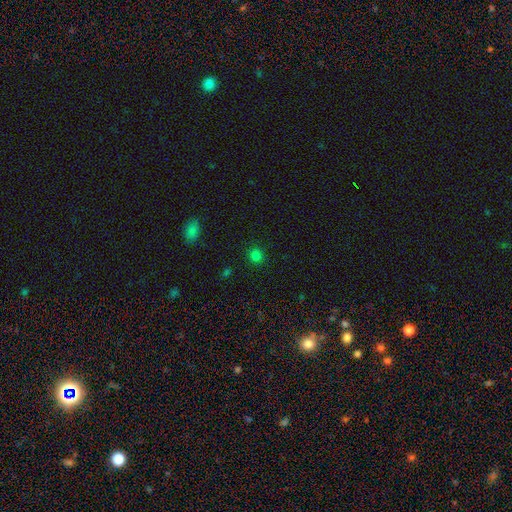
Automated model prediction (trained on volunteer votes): Smooth or featured? smooth (80%)
How rounded? round (90%)
Merging? none (90%)